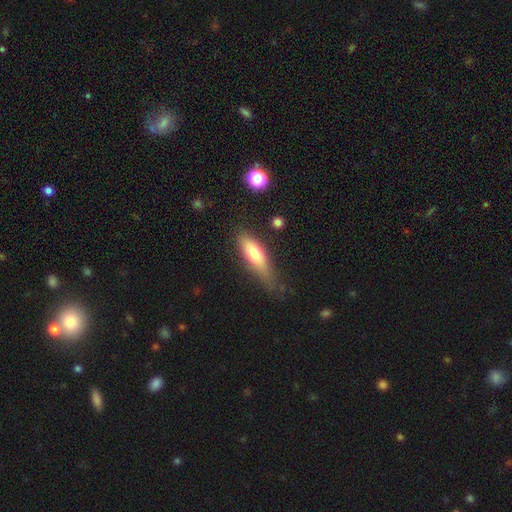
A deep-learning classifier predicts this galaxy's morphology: Overall: smooth (72%). How rounded: in between (51%; cigar-shaped 46%). Merging: none (54%; minor disturbance 31%).